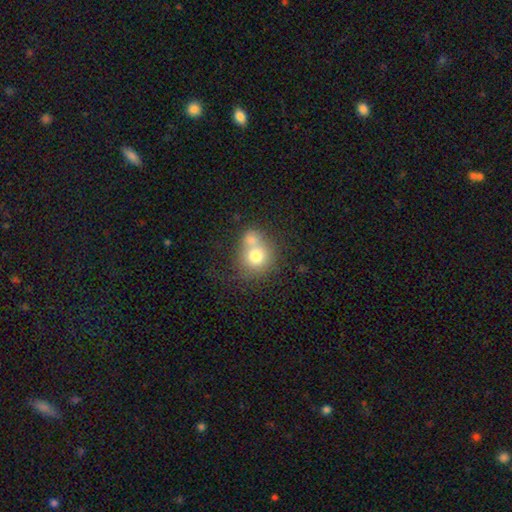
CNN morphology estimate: A smooth galaxy with no disk features (72%) that is round (80%).

Vote fractions:
- Smooth or featured? smooth: 72% / featured or disk: 18% / star or artifact: 10%
- How rounded? round: 80% / in between: 19% / cigar-shaped: 1%
- Merging? merger: 51% / none: 32% / minor disturbance: 10% / major disturbance: 6%